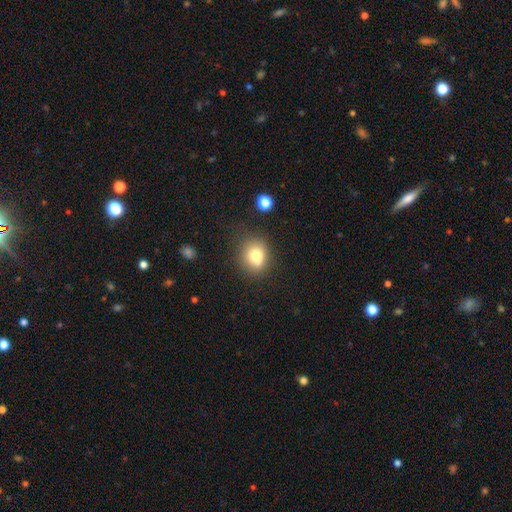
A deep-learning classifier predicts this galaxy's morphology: smooth-or-featured: smooth: 79% | star or artifact: 11% | featured or disk: 10%
  how-rounded: round: 57% | in between: 42% | cigar-shaped: 1%
  merging: none: 71% | minor disturbance: 18% | major disturbance: 6% | merger: 5%